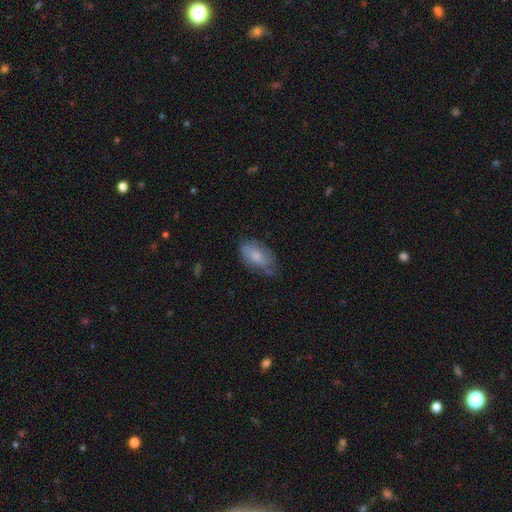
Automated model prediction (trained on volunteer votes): Smooth or featured?
  - smooth: 72% *
  - featured or disk: 21%
  - star or artifact: 7%
How rounded?
  - in between: 91% *
  - cigar-shaped: 5%
  - round: 4%
Merging?
  - none: 57% *
  - minor disturbance: 32%
  - major disturbance: 8%
  - merger: 3%